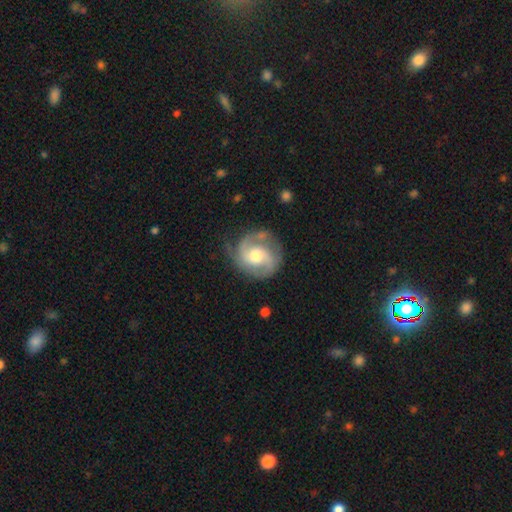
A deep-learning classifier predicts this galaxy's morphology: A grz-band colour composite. It shows a featured or disk galaxy (84%) with no bar (58%), 2 (66%) medium (50%) spiral arms (96%) and a moderate central bulge (69%). Merging: none (73%).